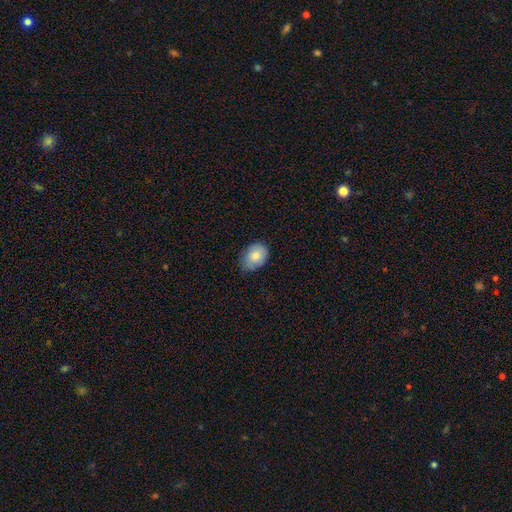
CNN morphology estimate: Q: Smooth or featured?
A: smooth (80%); runner-up: featured or disk (13%)
Q: How rounded?
A: in between (75%); runner-up: round (24%)
Q: Merging?
A: none (69%); runner-up: minor disturbance (26%)